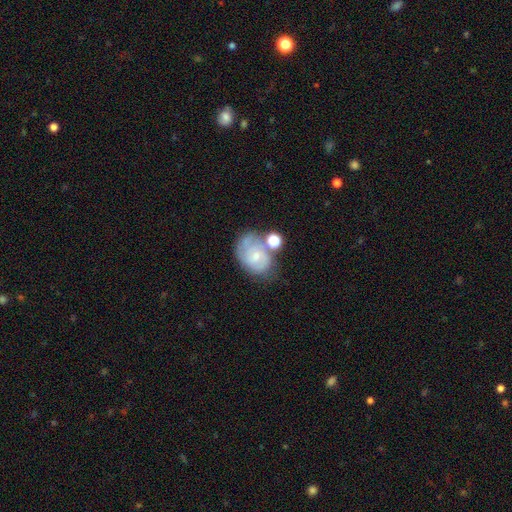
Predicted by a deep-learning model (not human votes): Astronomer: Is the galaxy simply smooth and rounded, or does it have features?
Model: featured or disk — 54% (runner-up: smooth, 36%).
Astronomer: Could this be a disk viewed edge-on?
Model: no — 97%.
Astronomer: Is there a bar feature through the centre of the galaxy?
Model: no — 74%.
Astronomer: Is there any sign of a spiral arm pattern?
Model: yes — 74%.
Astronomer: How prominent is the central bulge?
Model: small — 70%.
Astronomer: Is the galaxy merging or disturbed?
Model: none — 43% (runner-up: minor disturbance, 24%).